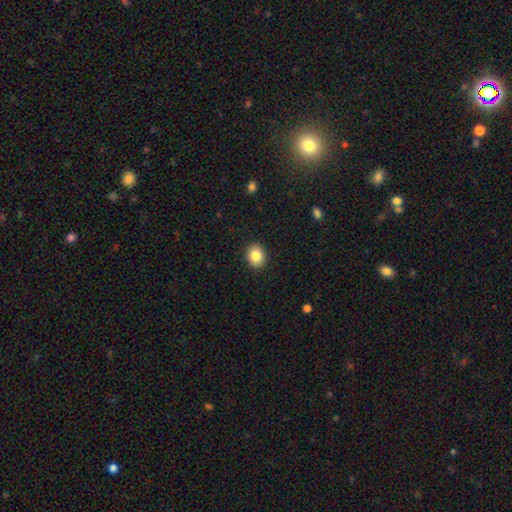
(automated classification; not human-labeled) Q: Smooth or featured?
A: smooth (85%); runner-up: star or artifact (9%)
Q: How rounded?
A: round (54%); runner-up: in between (45%)
Q: Merging?
A: none (91%); runner-up: minor disturbance (6%)